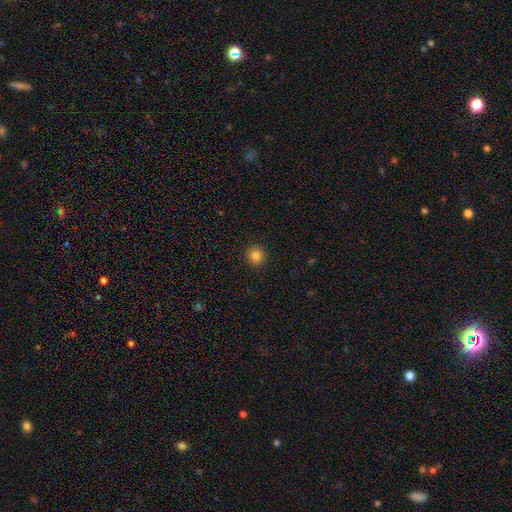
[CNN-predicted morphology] A smooth galaxy with no disk features (84%) that is round (94%).

Vote fractions:
- Smooth or featured? smooth: 84% / star or artifact: 11% / featured or disk: 5%
- How rounded? round: 94% / in between: 6% / cigar-shaped: 1%
- Merging? none: 93% / minor disturbance: 5% / major disturbance: 2% / merger: 1%